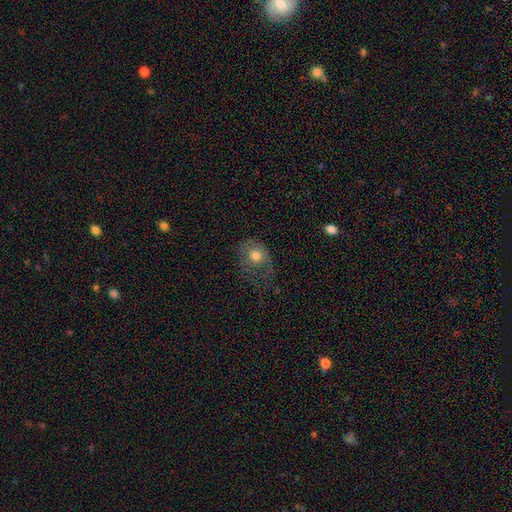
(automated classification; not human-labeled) Smooth or featured? Predicted: smooth (p=0.67). How rounded? Predicted: round (p=0.52). Merging? Predicted: major disturbance (p=0.43).